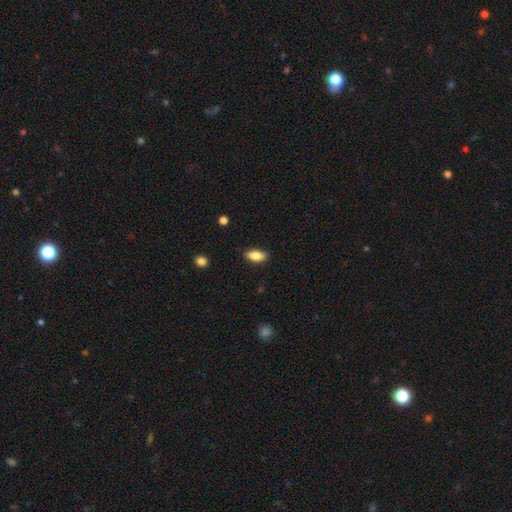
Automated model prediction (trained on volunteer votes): smooth_or_featured: smooth (p=0.81) [alt: featured or disk p=0.12]
how_rounded: in between (p=0.86) [alt: cigar-shaped p=0.10]
merging: none (p=0.82) [alt: minor disturbance p=0.14]